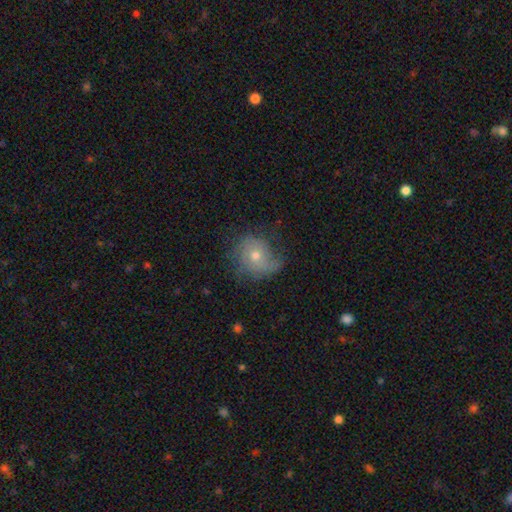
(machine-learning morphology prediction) A featured or disk galaxy (49%). Merging: none (58%).